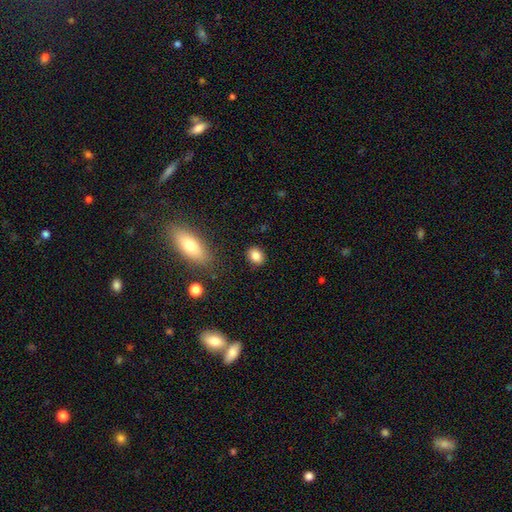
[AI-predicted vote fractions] Smooth or featured: smooth — 84% (star or artifact — 9%)
How rounded: in between — 50% (round — 48%)
Merging: none — 87% (minor disturbance — 8%)